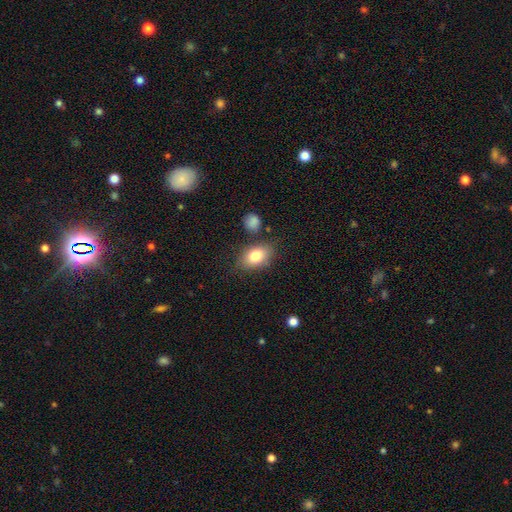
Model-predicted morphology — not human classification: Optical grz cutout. It shows a smooth galaxy with no disk features (81%) that is in between round and cigar-shaped (82%). Merging: none (77%).